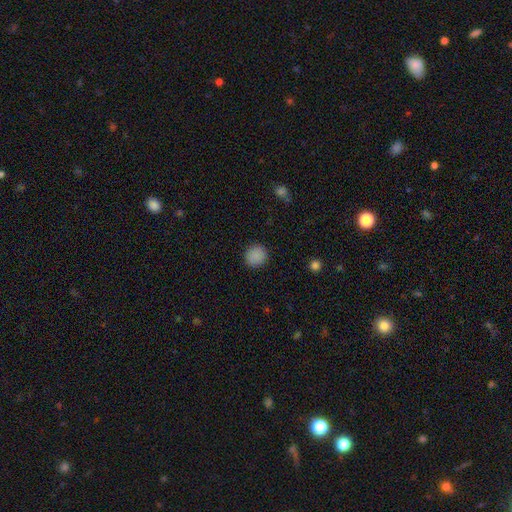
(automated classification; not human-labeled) smooth 88%, star or artifact 10%, featured or disk 3%. Down the decision tree: how rounded — round (88%); merging — none (91%).